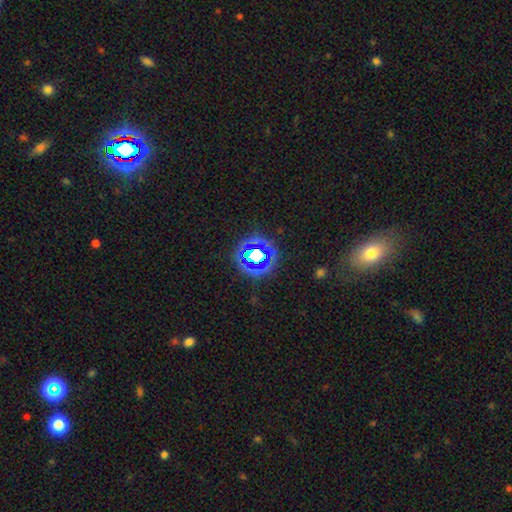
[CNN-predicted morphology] star or artifact 65%, smooth 22%, featured or disk 13%.